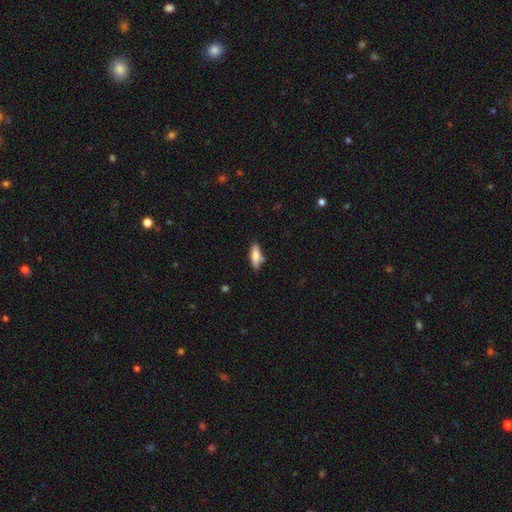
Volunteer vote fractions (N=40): A smooth galaxy with no disk features (60%) that is cigar-shaped (67%). Merging: none (61%).